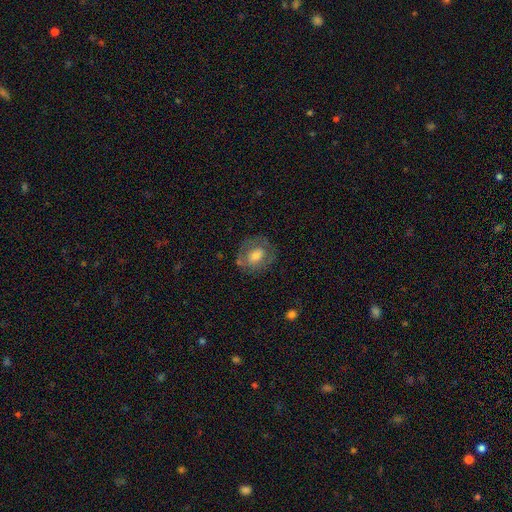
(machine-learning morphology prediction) Smooth or featured? smooth (48%)
Merging? none (69%)